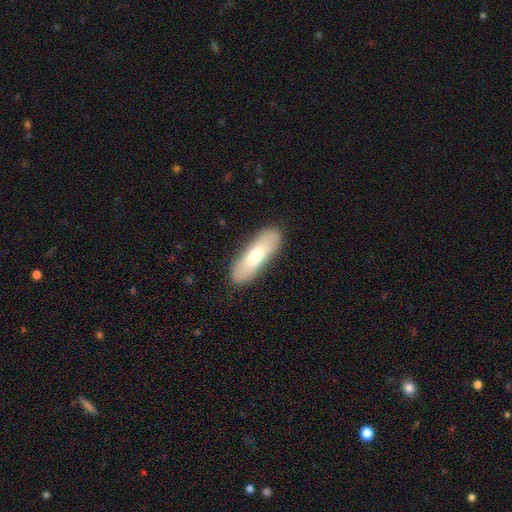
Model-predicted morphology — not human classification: The model was most divided on "how rounded": cigar-shaped: 51%, in between: 46%, round: 2%. More confident: merging — none (87%); smooth or featured — smooth (70%).